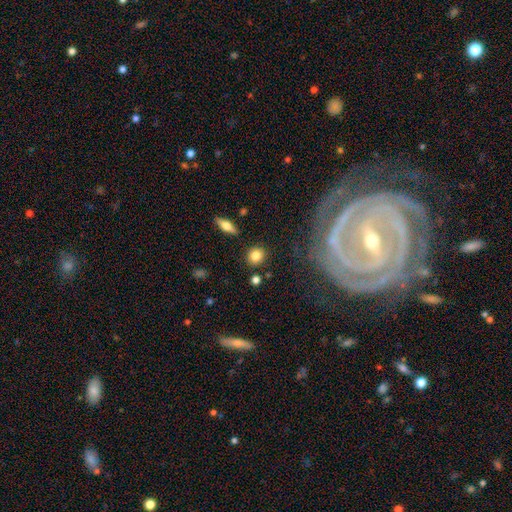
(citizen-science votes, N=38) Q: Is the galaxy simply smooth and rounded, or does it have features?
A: smooth — 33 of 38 (87%).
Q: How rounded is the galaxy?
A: round — 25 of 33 (76%).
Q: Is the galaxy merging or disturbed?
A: none — 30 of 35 (86%).